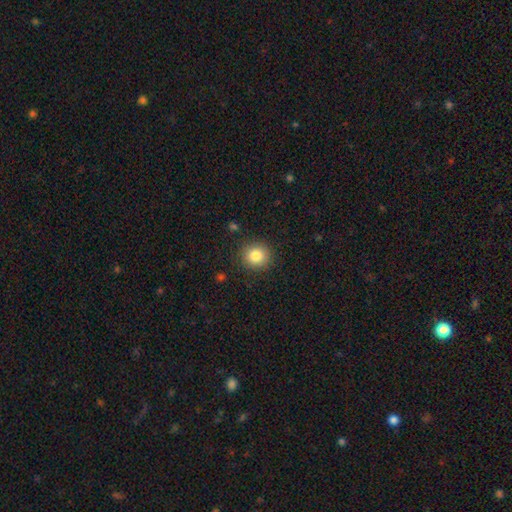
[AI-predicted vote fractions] Smooth or featured? Predicted: smooth (p=0.83). How rounded? Predicted: round (p=0.88). Merging? Predicted: none (p=0.88).